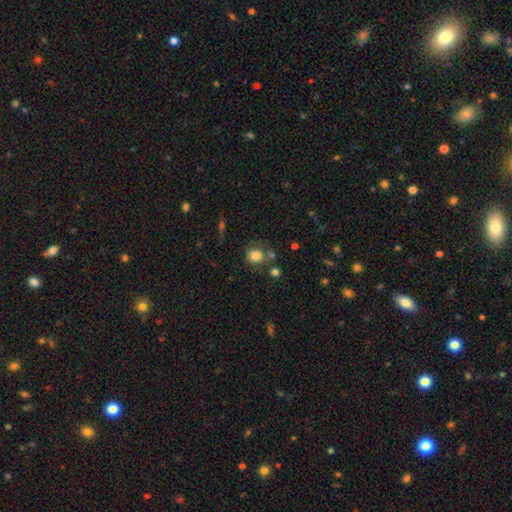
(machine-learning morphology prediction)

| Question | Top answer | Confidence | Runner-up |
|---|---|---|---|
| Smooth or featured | smooth | 81% | star or artifact (11%) |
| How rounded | round | 78% | in between (20%) |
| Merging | none | 63% | minor disturbance (17%) |